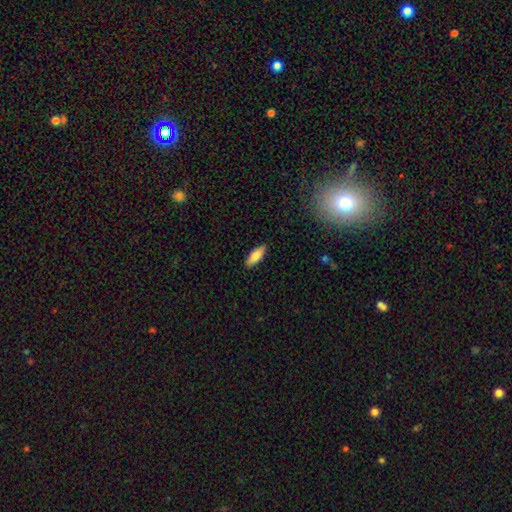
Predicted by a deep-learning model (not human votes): Smooth or featured? Predicted: smooth (p=0.83). How rounded? Predicted: in between (p=0.63). Merging? Predicted: none (p=0.88).